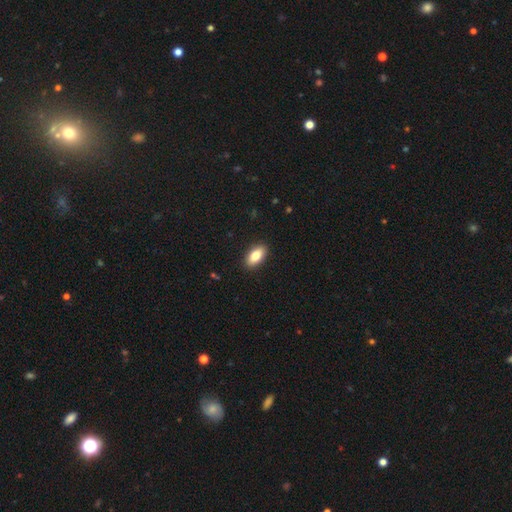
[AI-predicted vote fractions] This is clearly a smooth galaxy (83%). How rounded: clearly in between (92%). Merging: clearly none (90%).